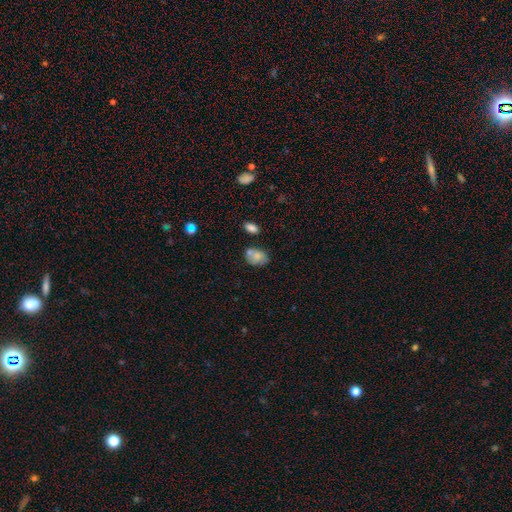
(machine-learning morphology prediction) This appears to be a smooth galaxy with no disk features (75%) that is in between round and cigar-shaped (73%). Merging: none (51%).